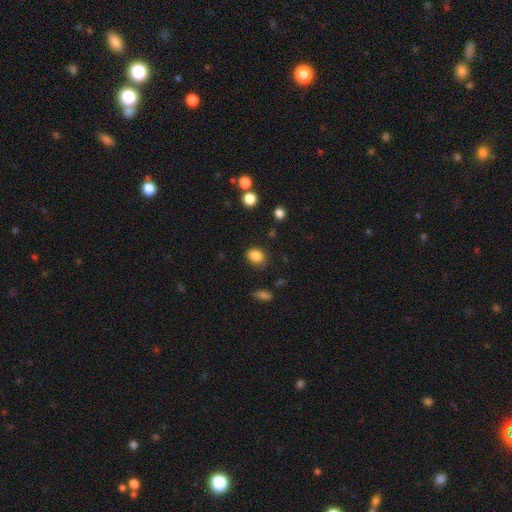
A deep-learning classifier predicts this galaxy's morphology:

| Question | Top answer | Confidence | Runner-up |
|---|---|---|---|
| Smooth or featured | smooth | 85% | star or artifact (10%) |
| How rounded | in between | 59% | round (40%) |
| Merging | none | 81% | minor disturbance (14%) |